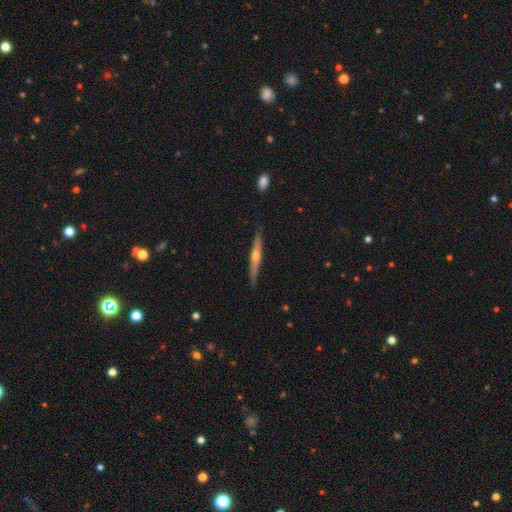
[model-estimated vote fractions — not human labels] Morphology: type=featured or disk (66%); edge-on=yes (96%); edge-on bulge=rounded (86%); merging=none (87%).